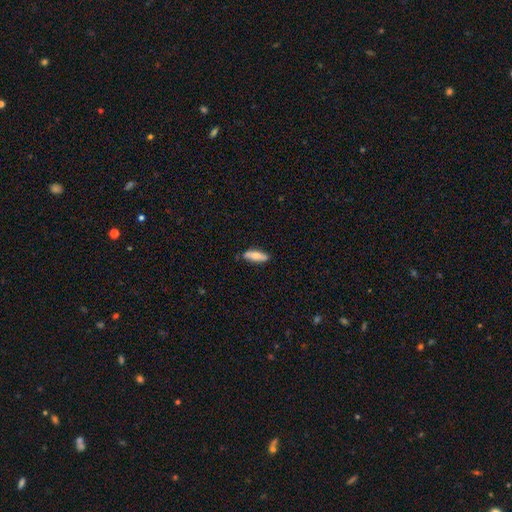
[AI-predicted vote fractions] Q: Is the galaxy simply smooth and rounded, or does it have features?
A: smooth — 76%.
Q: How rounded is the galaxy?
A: in between — 53%.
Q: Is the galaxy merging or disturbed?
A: none — 82%.